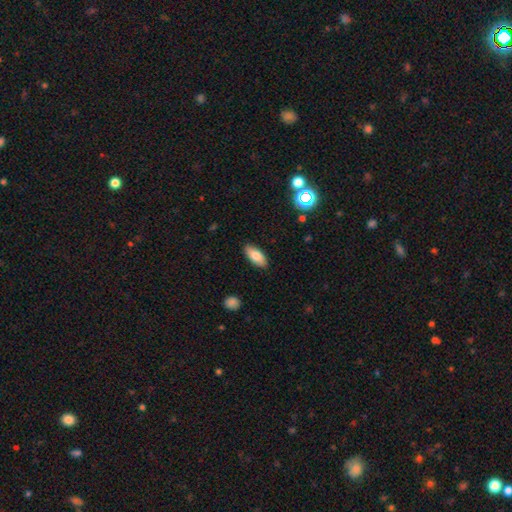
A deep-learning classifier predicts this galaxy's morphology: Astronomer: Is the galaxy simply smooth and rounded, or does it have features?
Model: smooth — 79%.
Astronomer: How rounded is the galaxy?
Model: in between — 87%.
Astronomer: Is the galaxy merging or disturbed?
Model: none — 88%.